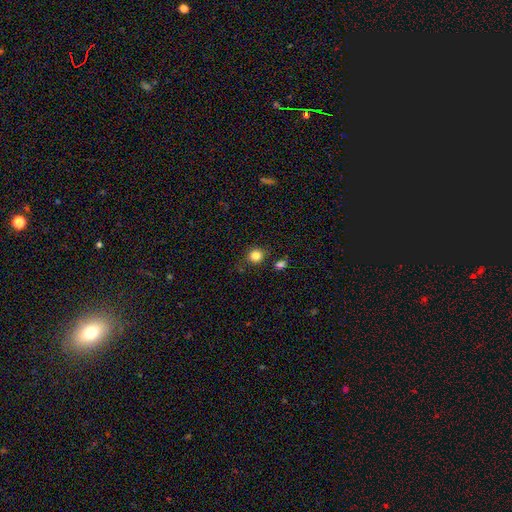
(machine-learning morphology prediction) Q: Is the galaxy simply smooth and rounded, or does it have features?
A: smooth — 84%.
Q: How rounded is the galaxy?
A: round — 88%.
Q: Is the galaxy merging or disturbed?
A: none — 83%.